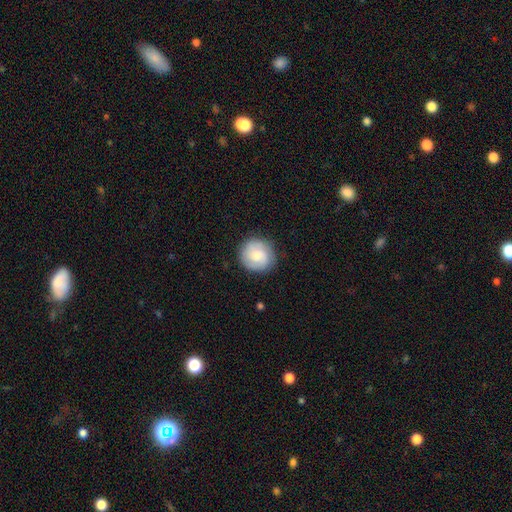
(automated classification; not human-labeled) smooth-or-featured: smooth: 52% | featured or disk: 41% | star or artifact: 7%
  how-rounded: round: 89% | in between: 10% | cigar-shaped: 1%
  merging: none: 85% | minor disturbance: 11% | major disturbance: 3% | merger: 1%